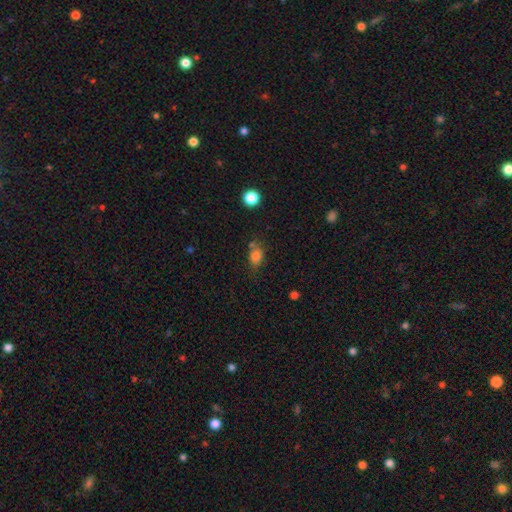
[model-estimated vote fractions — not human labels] Smooth or featured? Predicted: smooth (p=0.81). How rounded? Predicted: in between (p=0.66). Merging? Predicted: none (p=0.65).